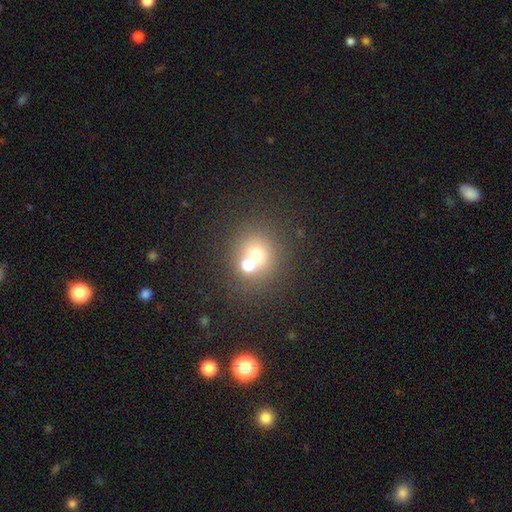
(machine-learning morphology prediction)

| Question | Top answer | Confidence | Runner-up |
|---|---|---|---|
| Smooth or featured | smooth | 65% | featured or disk (18%) |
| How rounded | round | 86% | in between (13%) |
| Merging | merger | 50% | none (42%) |